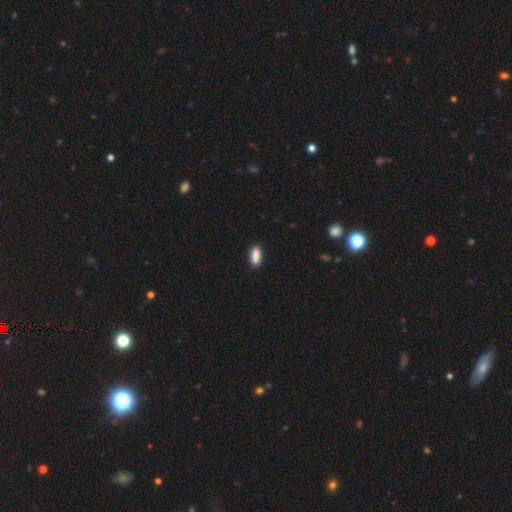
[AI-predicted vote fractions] smooth 86%, star or artifact 8%, featured or disk 6%. Down the decision tree: how rounded — in between (81%); merging — none (78%).